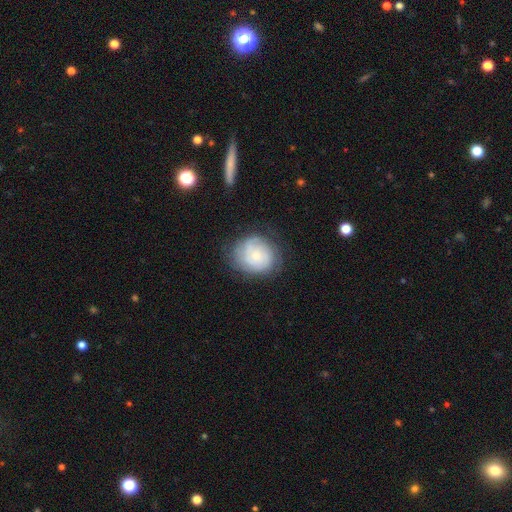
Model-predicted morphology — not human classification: Smooth or featured? featured or disk (51%)
Edge-on disk? no (98%)
Merging? none (68%)